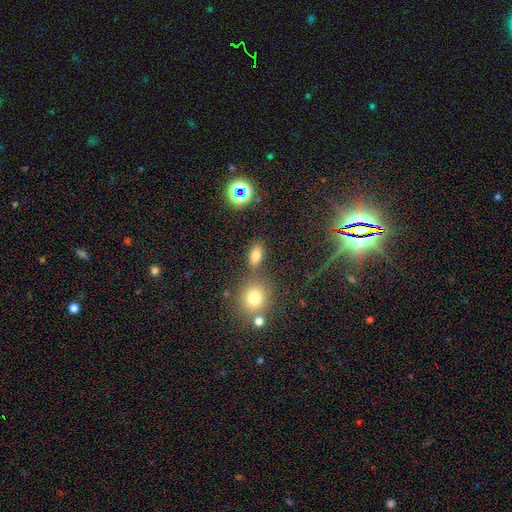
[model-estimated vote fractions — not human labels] Morphology: type=smooth (74%); roundness=in between (79%); merging=none (74%).